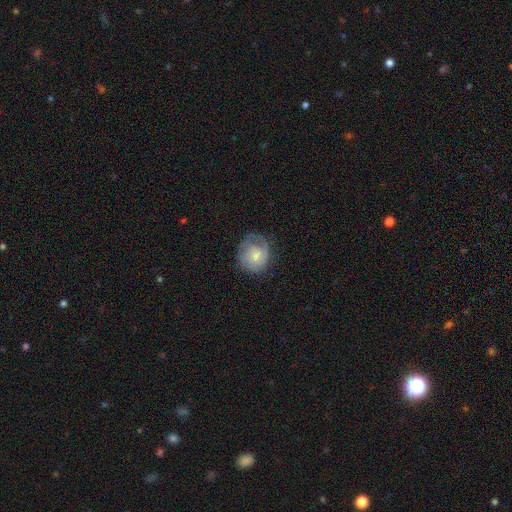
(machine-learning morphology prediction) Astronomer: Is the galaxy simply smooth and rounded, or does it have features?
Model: smooth — 55% (runner-up: featured or disk, 38%).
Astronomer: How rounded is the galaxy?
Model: round — 80%.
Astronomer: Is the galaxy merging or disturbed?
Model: none — 54%.